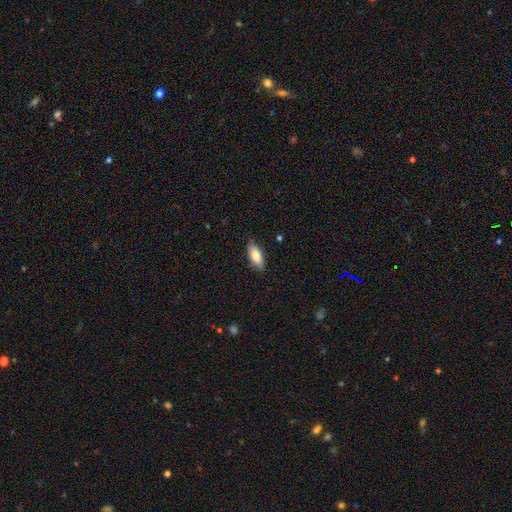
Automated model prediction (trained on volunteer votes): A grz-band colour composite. It shows a smooth galaxy with no disk features (81%) that is in between round and cigar-shaped (82%). Merging: none (86%).